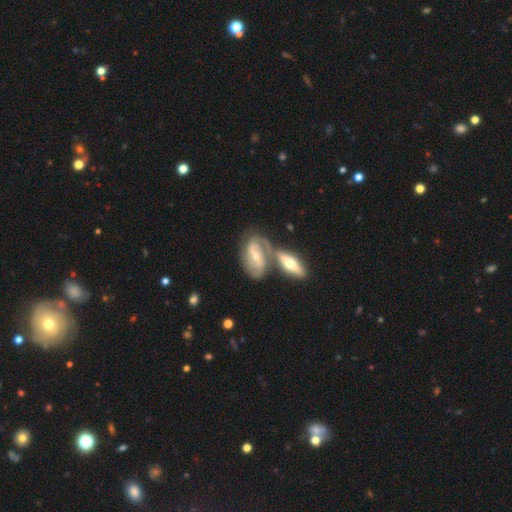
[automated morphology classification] Smooth or featured?
  - featured or disk: 79% *
  - smooth: 16%
  - star or artifact: 5%
Edge-on disk?
  - no: 93% *
  - yes: 7%
Bar?
  - weak: 44% *
  - no: 29%
  - strong: 27%
Spiral arms?
  - yes: 91% *
  - no: 9%
Spiral winding?
  - tight: 47% *
  - medium: 41%
  - loose: 12%
Spiral arm count?
  - 2: 66% *
  - can't tell: 18%
  - 3: 9%
  - 1: 3%
  - 4: 2%
  - more than 4: 2%
Bulge size?
  - small: 48% * (tied)
  - moderate: 48% * (tied)
  - large: 2%
  - none: 1%
  - dominant: 1%
Merging?
  - none: 41% *
  - merger: 40%
  - minor disturbance: 13%
  - major disturbance: 5%